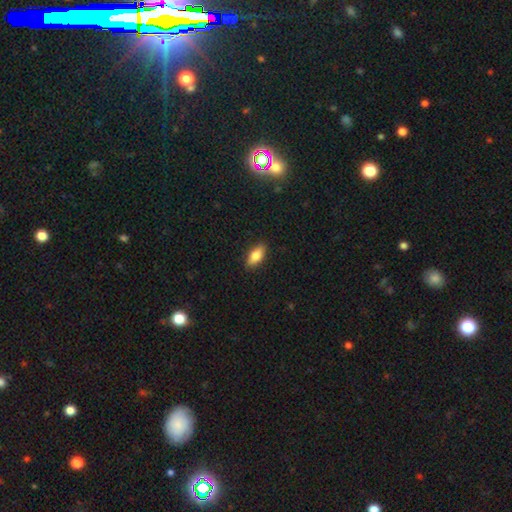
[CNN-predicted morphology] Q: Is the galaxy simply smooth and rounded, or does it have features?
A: smooth — 77%.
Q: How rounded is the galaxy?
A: in between — 82%.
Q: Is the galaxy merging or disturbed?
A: none — 87%.